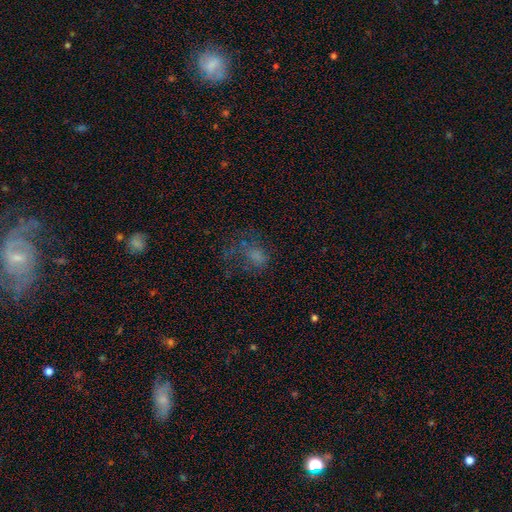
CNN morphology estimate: Smooth or featured? Predicted: smooth (p=0.54). How rounded? Predicted: in between (p=0.66). Merging? Predicted: major disturbance (p=0.44).